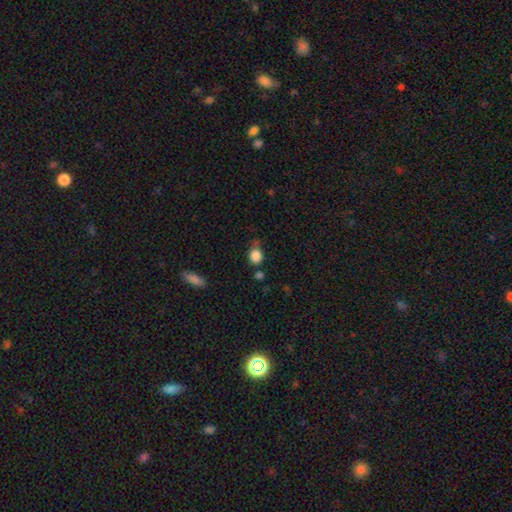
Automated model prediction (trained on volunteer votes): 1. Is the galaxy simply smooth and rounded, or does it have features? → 86% smooth, 10% star or artifact, 4% featured or disk.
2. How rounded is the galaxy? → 66% round, 33% in between, 1% cigar-shaped.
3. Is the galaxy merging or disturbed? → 62% none, 22% minor disturbance, 10% merger, 6% major disturbance.